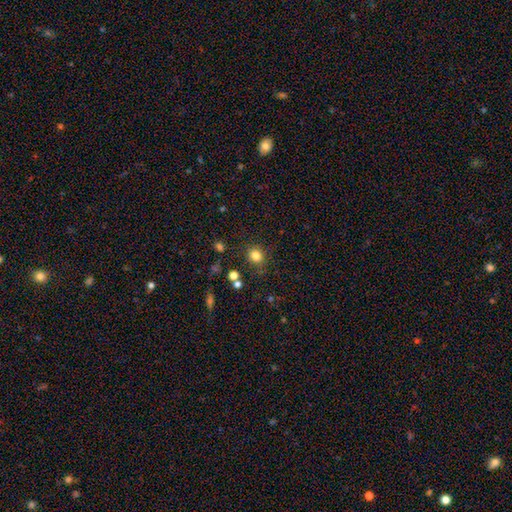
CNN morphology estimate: The model was most divided on "how rounded": round: 77%, in between: 22%, cigar-shaped: 1%. More confident: merging — none (83%); smooth or featured — smooth (82%).